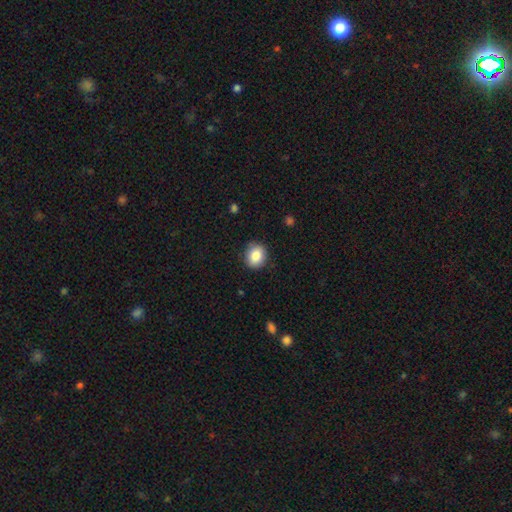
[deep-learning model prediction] Morphology: type=smooth (84%); roundness=round (71%); merging=none (87%).